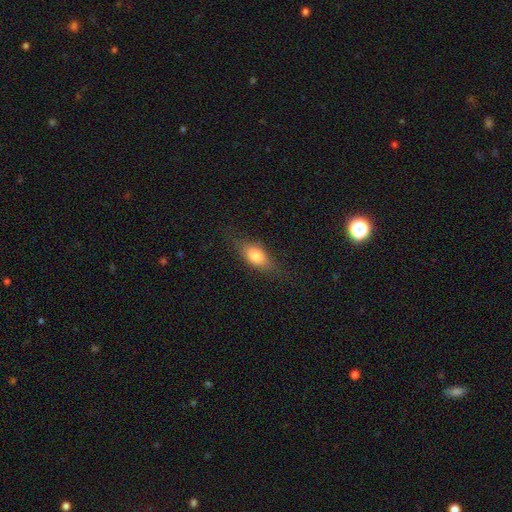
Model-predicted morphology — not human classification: smooth_or_featured: smooth (p=0.74) [alt: featured or disk p=0.18]
how_rounded: in between (p=0.79) [alt: cigar-shaped p=0.12]
merging: none (p=0.75) [alt: minor disturbance p=0.18]